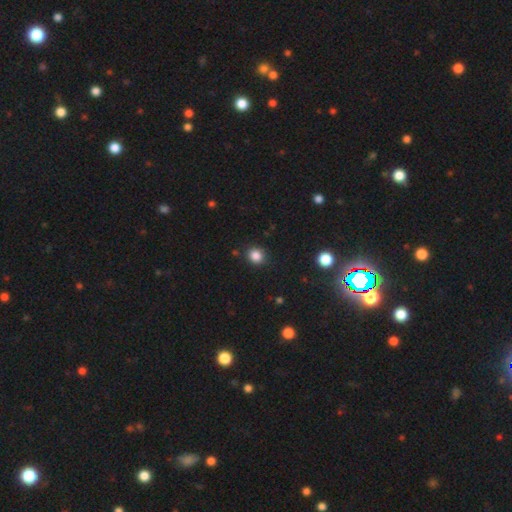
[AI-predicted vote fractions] Morphology: type=smooth (84%); roundness=round (81%); merging=none (88%).